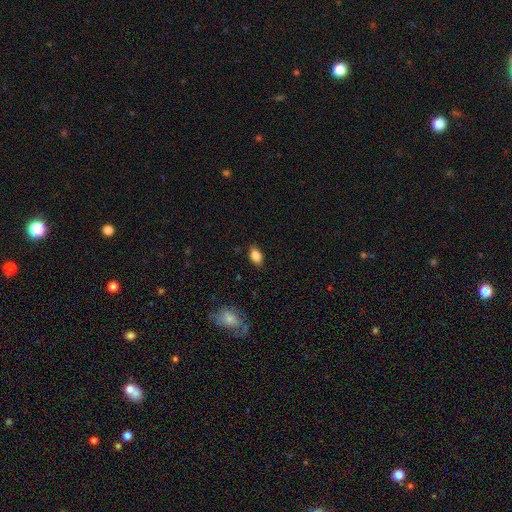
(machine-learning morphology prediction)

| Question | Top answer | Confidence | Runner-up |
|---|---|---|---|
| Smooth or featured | smooth | 86% | star or artifact (8%) |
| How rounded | in between | 90% | round (7%) |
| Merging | none | 86% | minor disturbance (11%) |